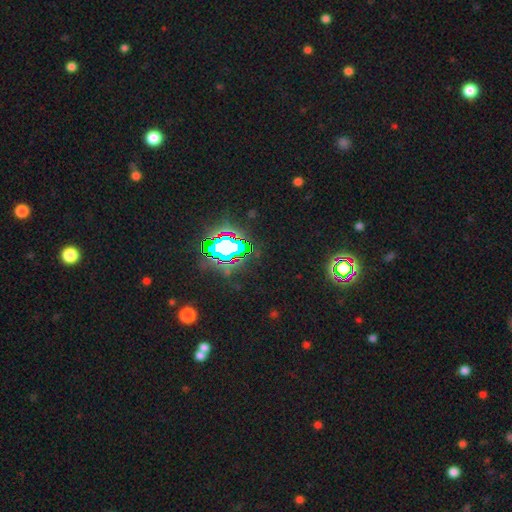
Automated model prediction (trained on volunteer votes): This is clearly a star or artifact rather than a galaxy (80%).